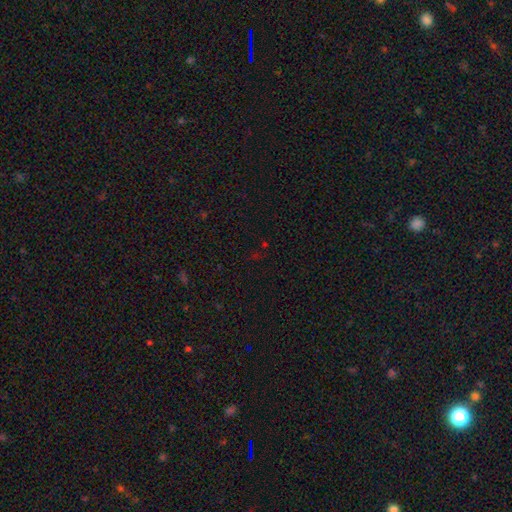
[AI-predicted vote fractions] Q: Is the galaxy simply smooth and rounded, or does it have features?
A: star or artifact — 67%.